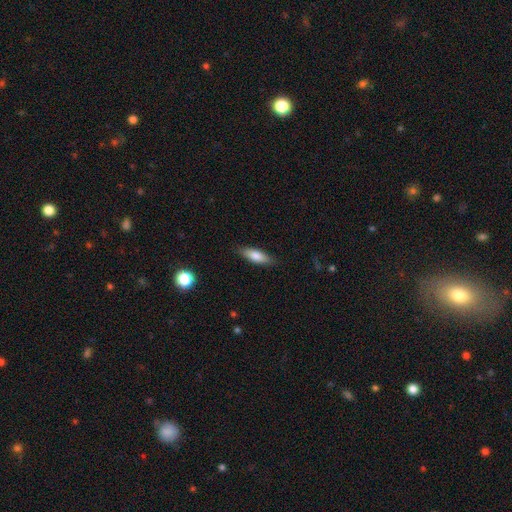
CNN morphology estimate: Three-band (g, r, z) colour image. It shows a smooth galaxy with no disk features (75%) that is in between round and cigar-shaped (53%). Merging: none (86%).